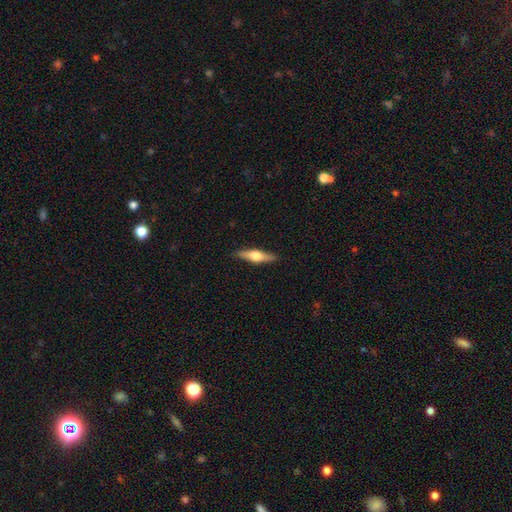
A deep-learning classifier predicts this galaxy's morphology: This appears to be a featured or disk galaxy (56%) viewed edge-on (95%) with a rounded central bulge (94%). Merging: none (90%).